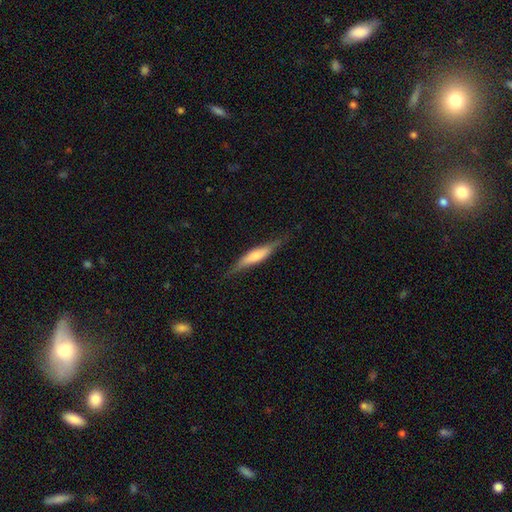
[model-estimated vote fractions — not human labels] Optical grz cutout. It shows a smooth galaxy with no disk features (55%) that is cigar-shaped (82%). Merging: none (77%).